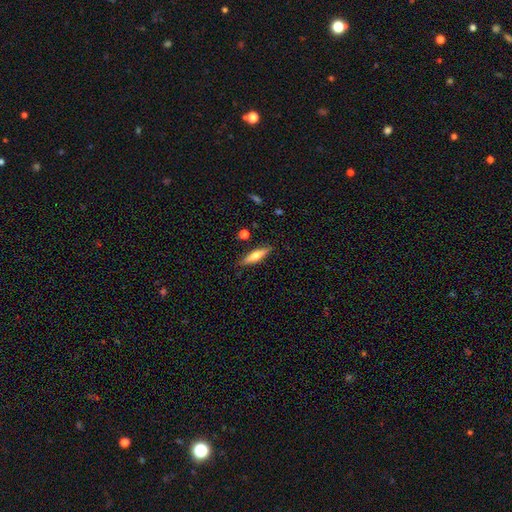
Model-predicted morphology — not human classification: Smooth or featured? Predicted: smooth (p=0.50). How rounded? Predicted: cigar-shaped (p=0.76). Merging? Predicted: none (p=0.86).